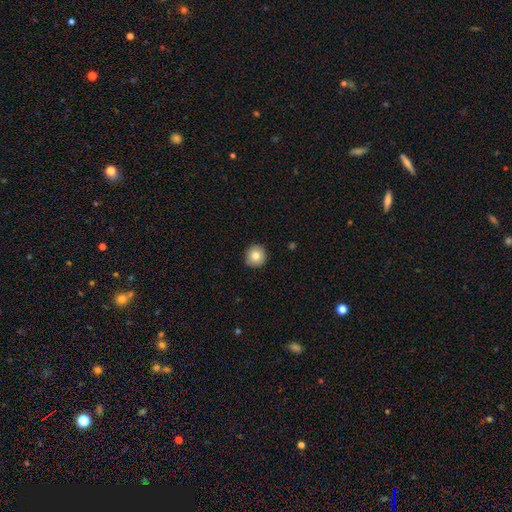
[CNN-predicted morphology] Overall: smooth (82%). How rounded: round (95%). Merging: none (89%).